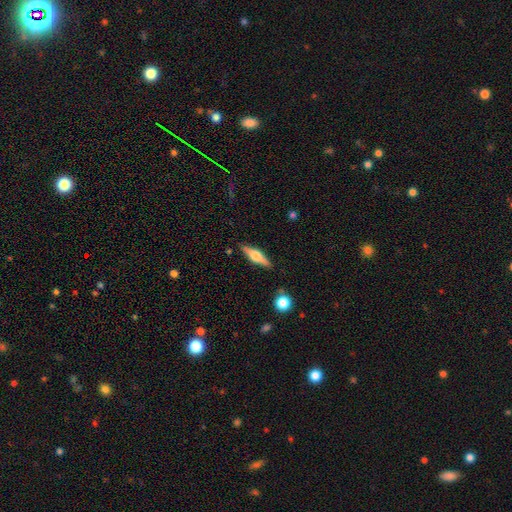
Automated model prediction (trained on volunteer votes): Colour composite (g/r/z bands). It shows a featured or disk galaxy (58%) viewed edge-on (96%) with a rounded central bulge (88%). Merging: none (85%).